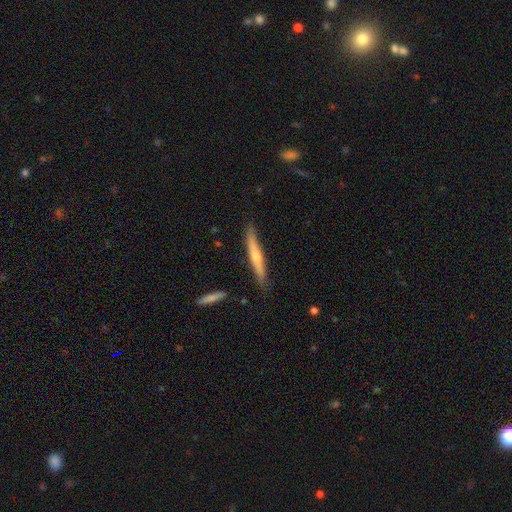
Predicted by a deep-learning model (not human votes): This appears to be a featured or disk galaxy (52%) viewed edge-on (95%). Merging: none (83%).